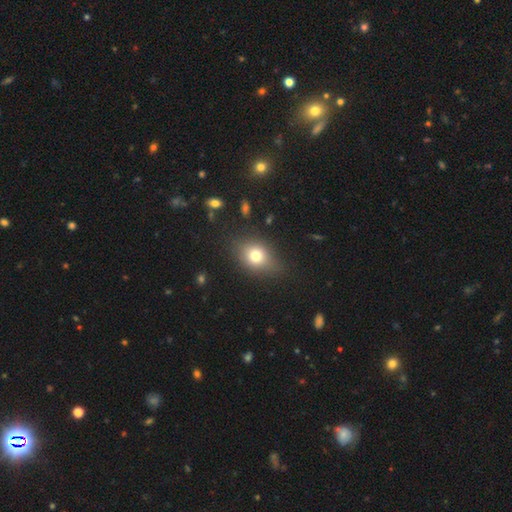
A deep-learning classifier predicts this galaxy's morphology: Smooth or featured? Predicted: smooth (p=0.74). How rounded? Predicted: in between (p=0.57). Merging? Predicted: none (p=0.74).